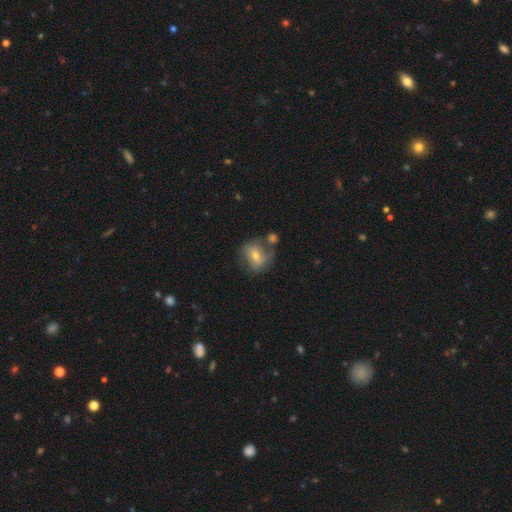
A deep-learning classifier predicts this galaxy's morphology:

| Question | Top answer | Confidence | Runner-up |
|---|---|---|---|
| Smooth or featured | smooth | 52% | featured or disk (40%) |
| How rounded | round | 53% | in between (46%) |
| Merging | none | 48% | minor disturbance (21%) |